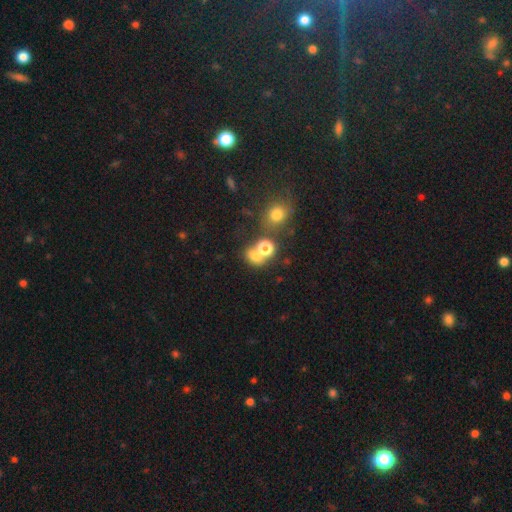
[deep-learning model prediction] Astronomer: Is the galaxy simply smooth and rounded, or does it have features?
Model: smooth — 69%.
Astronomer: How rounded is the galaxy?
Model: round — 59% (runner-up: in between, 39%).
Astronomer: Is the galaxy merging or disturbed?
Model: none — 45% (runner-up: merger, 40%).